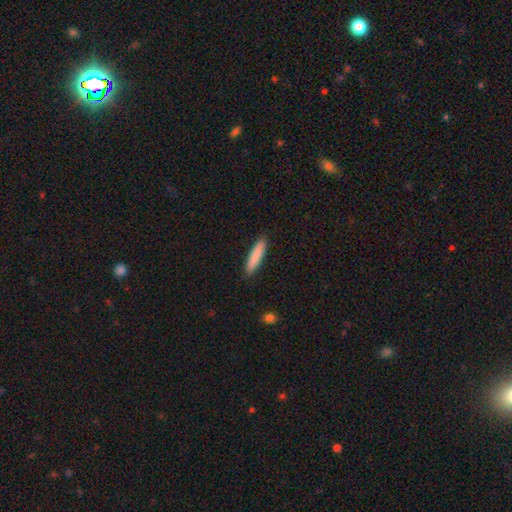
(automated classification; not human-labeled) smooth 85%, featured or disk 9%, star or artifact 6%. Down the decision tree: how rounded — cigar-shaped (86%); merging — none (90%).